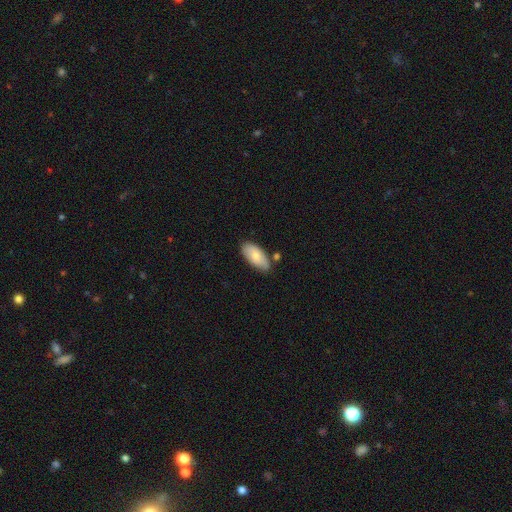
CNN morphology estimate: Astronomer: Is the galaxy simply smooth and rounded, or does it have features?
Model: smooth — 75%.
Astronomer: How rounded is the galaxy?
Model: in between — 91%.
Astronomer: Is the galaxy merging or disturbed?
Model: none — 71%.